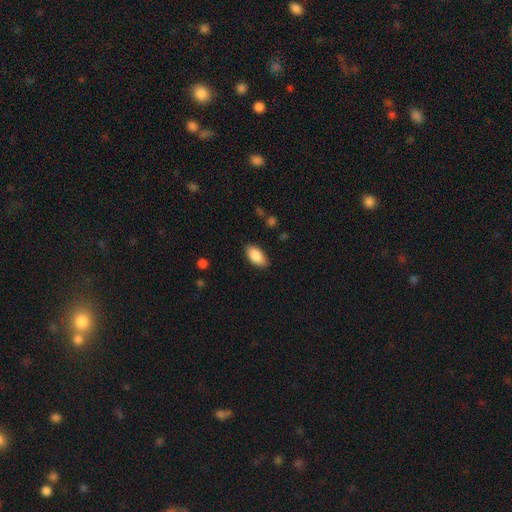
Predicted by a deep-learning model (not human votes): Morphology: type=smooth (88%); roundness=in between (93%); merging=none (86%).